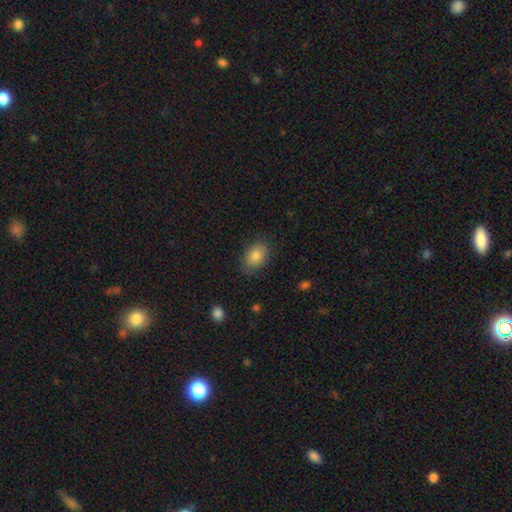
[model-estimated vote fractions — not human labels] A smooth galaxy with no disk features (83%) that is in between round and cigar-shaped (81%). Merging: none (82%).